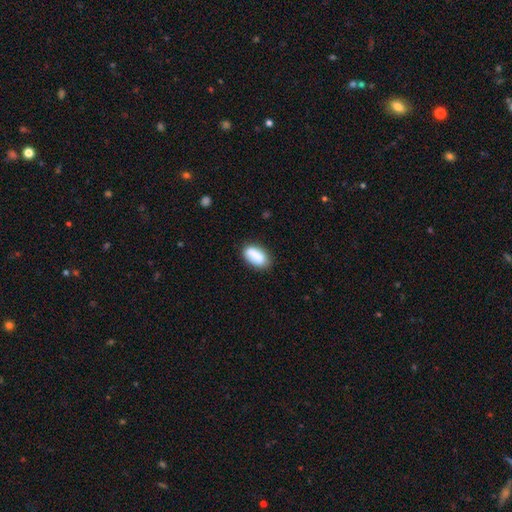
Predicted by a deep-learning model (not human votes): smooth-or-featured: smooth: 83% | featured or disk: 10% | star or artifact: 7%
  how-rounded: in between: 90% | cigar-shaped: 6% | round: 4%
  merging: none: 72% | minor disturbance: 19% | merger: 5% | major disturbance: 5%